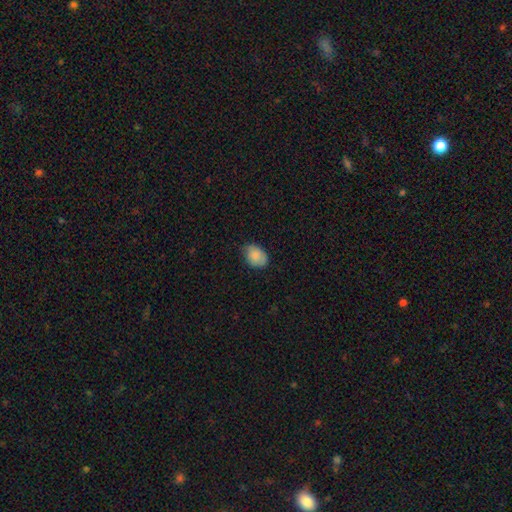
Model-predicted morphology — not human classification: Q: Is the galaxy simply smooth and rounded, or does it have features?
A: smooth — 85%.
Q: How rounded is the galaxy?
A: in between — 67%.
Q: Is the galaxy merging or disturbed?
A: none — 66%.